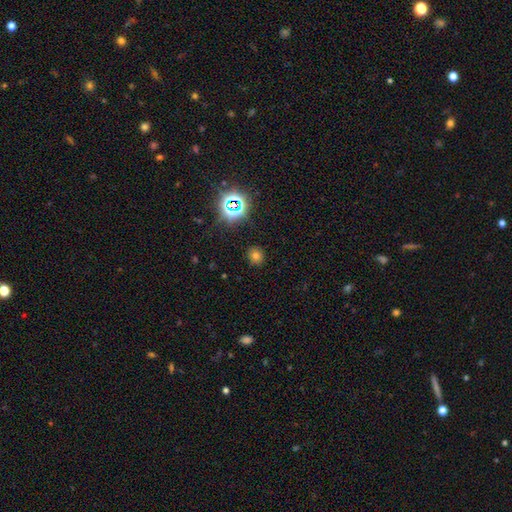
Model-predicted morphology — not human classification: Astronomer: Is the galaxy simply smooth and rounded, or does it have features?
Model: smooth — 67%.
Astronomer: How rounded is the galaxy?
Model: round — 81%.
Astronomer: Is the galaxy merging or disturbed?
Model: none — 87%.